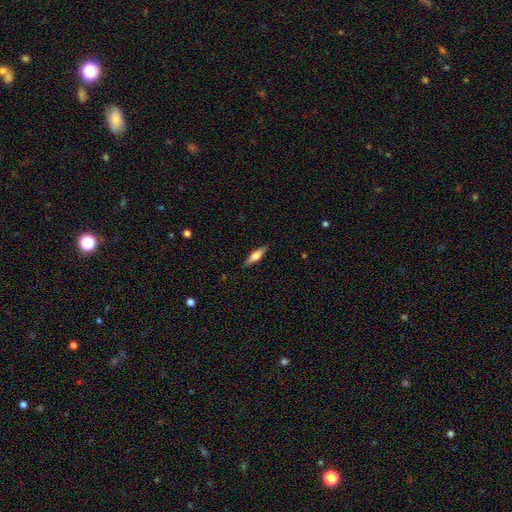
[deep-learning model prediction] Smooth or featured: featured or disk — 52% (smooth — 41%)
Edge-on disk: yes — 95% (no — 5%)
Merging: none — 87% (minor disturbance — 10%)